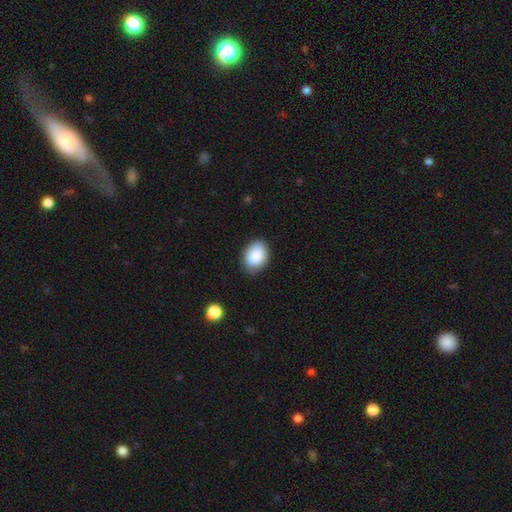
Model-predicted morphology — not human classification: type=smooth (88%); roundness=in between (76%); merging=none (82%).